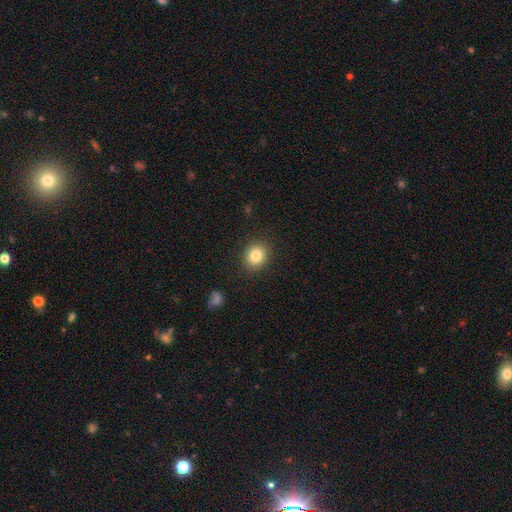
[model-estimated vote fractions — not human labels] Q: Smooth or featured?
A: smooth (82%); runner-up: star or artifact (10%)
Q: How rounded?
A: round (74%); runner-up: in between (25%)
Q: Merging?
A: none (89%); runner-up: minor disturbance (8%)